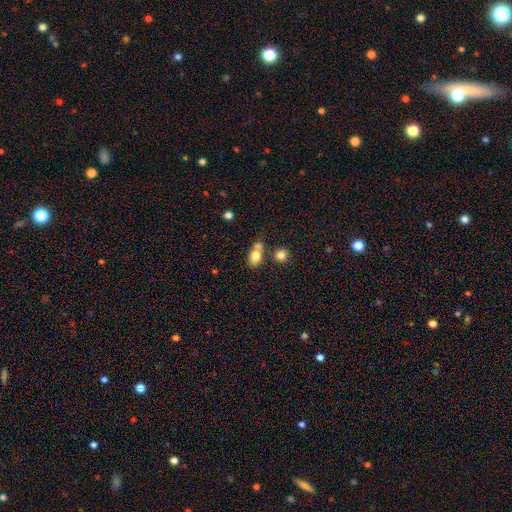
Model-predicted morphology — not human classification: A smooth galaxy with no disk features (79%) that is in between round and cigar-shaped (78%).

Vote fractions:
- Smooth or featured? smooth: 79% / featured or disk: 12% / star or artifact: 9%
- How rounded? in between: 78% / round: 19% / cigar-shaped: 3%
- Merging? none: 45% / merger: 35% / minor disturbance: 15% / major disturbance: 6%